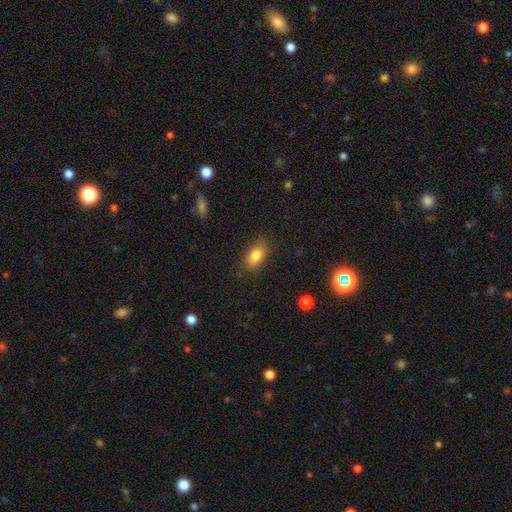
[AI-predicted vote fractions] Smooth or featured: smooth — 82% (featured or disk — 9%)
How rounded: in between — 87% (round — 9%)
Merging: none — 82% (minor disturbance — 13%)